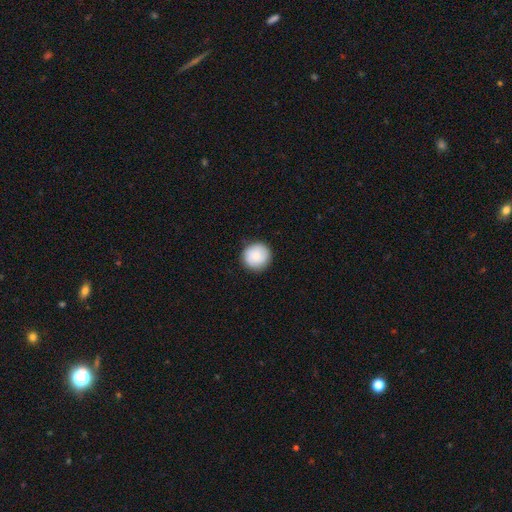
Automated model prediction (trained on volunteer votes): The model was most divided on "smooth or featured": smooth: 85%, featured or disk: 9%, star or artifact: 6%. More confident: how rounded — round (94%); merging — none (88%).